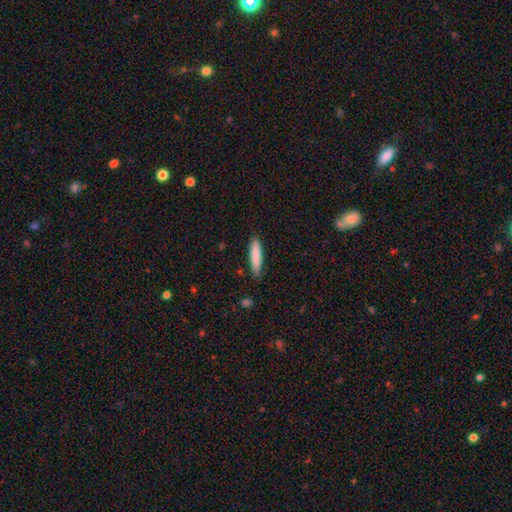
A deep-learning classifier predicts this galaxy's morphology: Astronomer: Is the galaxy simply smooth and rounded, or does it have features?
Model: smooth — 84%.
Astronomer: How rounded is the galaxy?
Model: cigar-shaped — 84%.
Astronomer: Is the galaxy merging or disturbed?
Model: none — 88%.